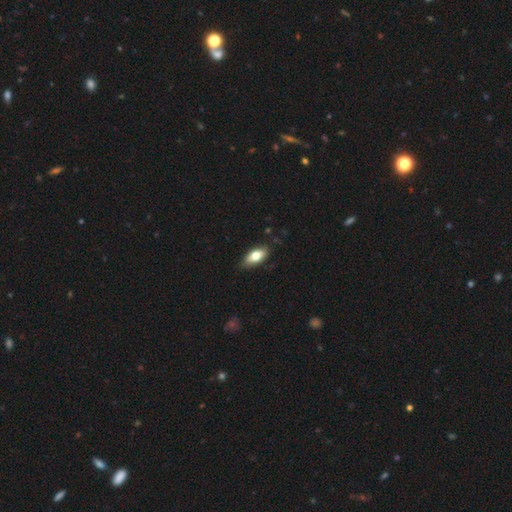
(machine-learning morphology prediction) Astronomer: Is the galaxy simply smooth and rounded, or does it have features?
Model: smooth — 74%.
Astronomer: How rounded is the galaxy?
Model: in between — 87%.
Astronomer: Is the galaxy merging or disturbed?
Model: none — 79%.